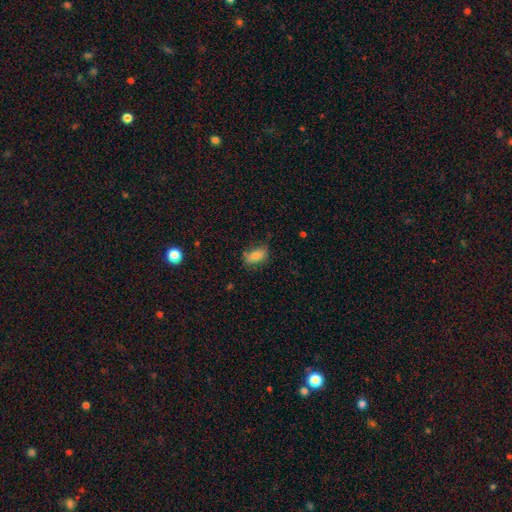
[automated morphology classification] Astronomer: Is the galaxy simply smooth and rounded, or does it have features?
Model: smooth — 79%.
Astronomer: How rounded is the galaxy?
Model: in between — 86%.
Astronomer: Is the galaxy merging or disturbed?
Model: none — 73%.